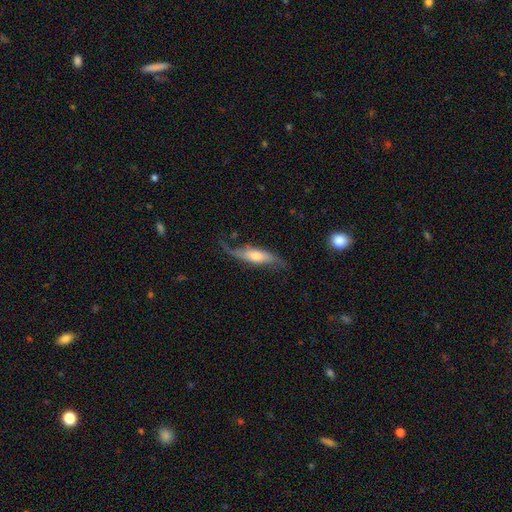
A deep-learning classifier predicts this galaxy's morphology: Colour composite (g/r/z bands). It shows a featured or disk galaxy (68%). Merging: none (57%).